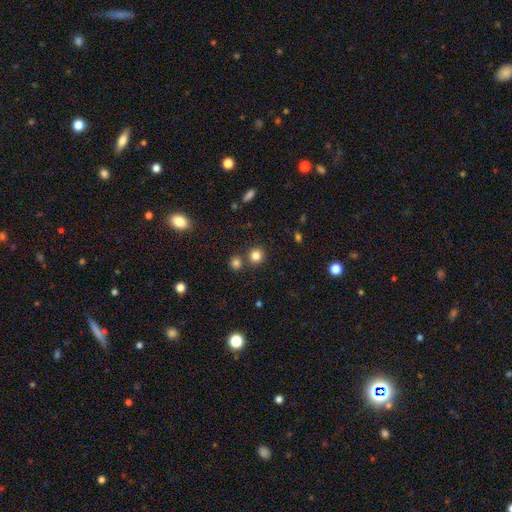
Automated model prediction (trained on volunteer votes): Morphology: type=smooth (81%); roundness=round (90%); merging=none (77%).